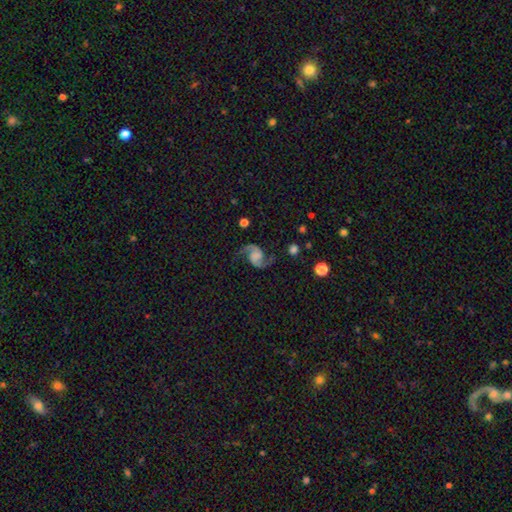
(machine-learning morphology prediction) Overall: featured or disk (89%). Edge-on disk: no (98%). Bar: no (58%; weak 32%). Spiral arms: yes (98%). Spiral arm count: 2 (94%). Spiral winding: loose (59%; medium 35%). Bulge size: none (56%). Merging: none (79%).